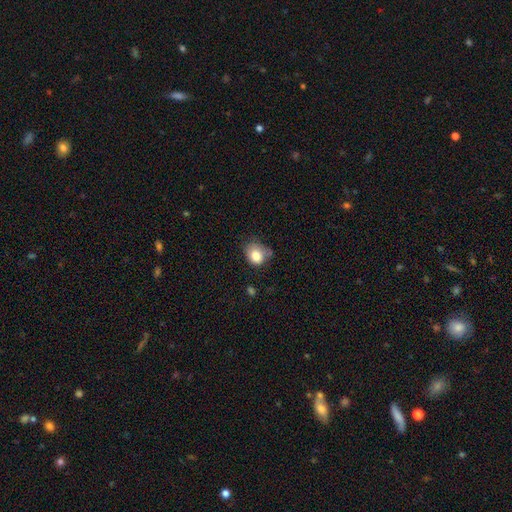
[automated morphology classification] Smooth or featured?
  - smooth: 81% *
  - star or artifact: 9%
  - featured or disk: 9%
How rounded?
  - round: 55% *
  - in between: 44%
  - cigar-shaped: 1%
Merging?
  - none: 53% *
  - minor disturbance: 31%
  - major disturbance: 10%
  - merger: 6%